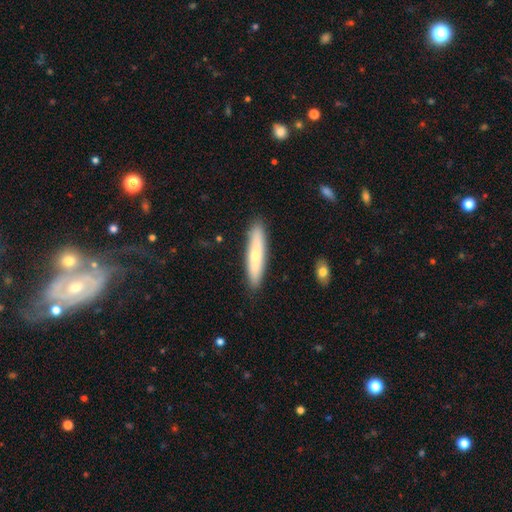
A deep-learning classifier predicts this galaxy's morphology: type=smooth (61%); roundness=cigar-shaped (86%); merging=none (89%).